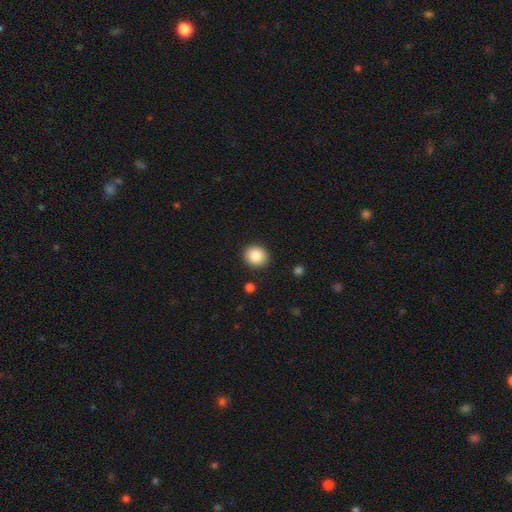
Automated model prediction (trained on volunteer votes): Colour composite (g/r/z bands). It shows a smooth galaxy with no disk features (85%) that is round (81%). Merging: none (91%).